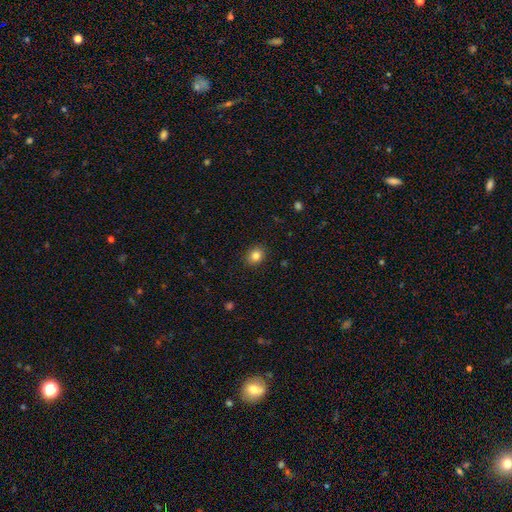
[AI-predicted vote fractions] Overall: smooth (85%). How rounded: round (69%; in between 30%). Merging: none (90%).